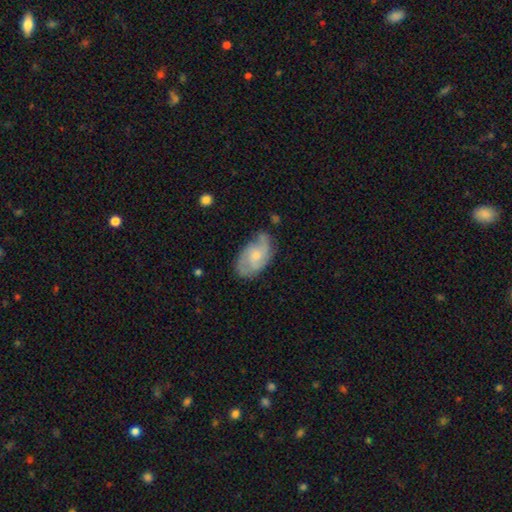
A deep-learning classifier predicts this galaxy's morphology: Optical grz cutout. It shows a featured or disk galaxy (66%) with no bar (64%), 2 (45%) medium (47%) spiral arms (89%) and a small central bulge (48%). Merging: none (64%).